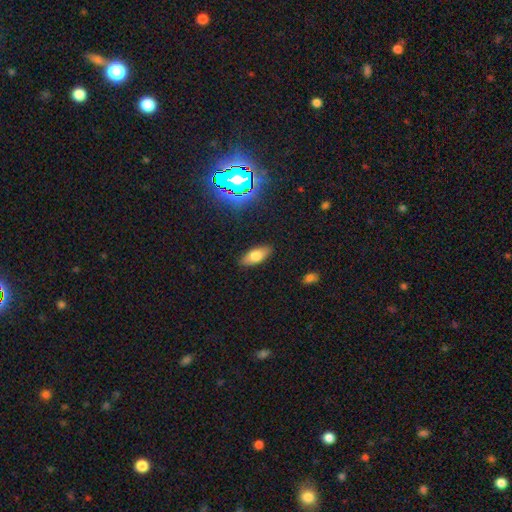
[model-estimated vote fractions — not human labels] smooth_or_featured: smooth (p=0.72) [alt: featured or disk p=0.17]
how_rounded: in between (p=0.84) [alt: cigar-shaped p=0.13]
merging: none (p=0.87) [alt: minor disturbance p=0.09]